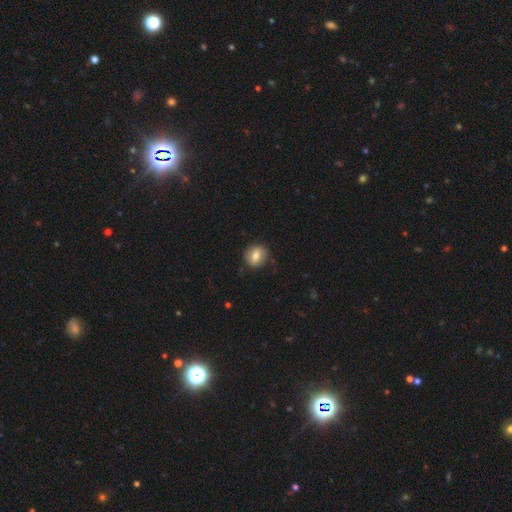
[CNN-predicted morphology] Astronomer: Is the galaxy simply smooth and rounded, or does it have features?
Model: smooth — 74%.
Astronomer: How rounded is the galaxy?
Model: round — 72%.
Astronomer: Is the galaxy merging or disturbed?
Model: none — 82%.